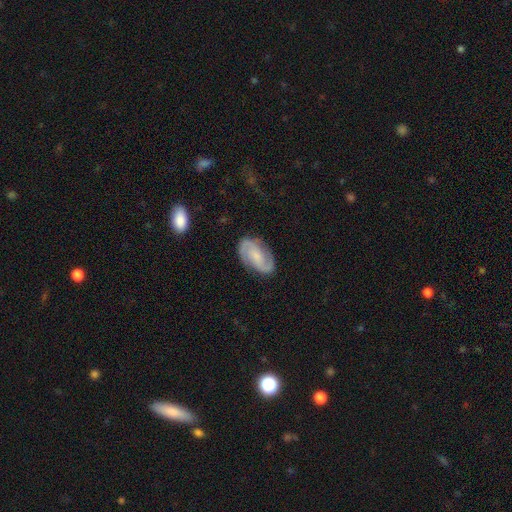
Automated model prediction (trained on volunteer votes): Smooth or featured: featured or disk — 79% (smooth — 15%)
Edge-on disk: no — 97% (yes — 3%)
Bar: no — 46% (weak — 40%)
Spiral arms: yes — 96% (no — 4%)
Spiral winding: medium — 47% (tight — 36%)
Spiral arm count: 2 — 90% (can't tell — 5%)
Bulge size: small — 40% (moderate — 31%)
Merging: none — 82% (minor disturbance — 13%)